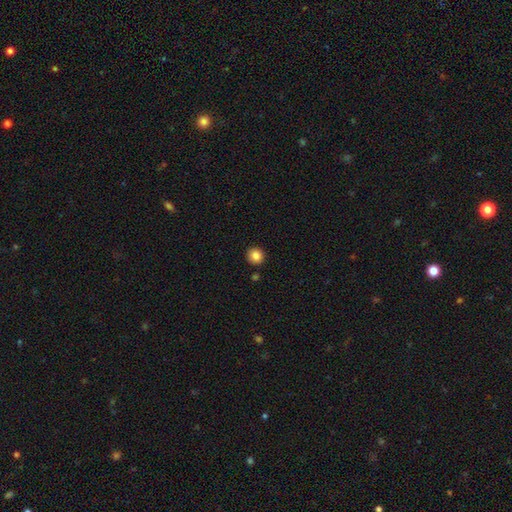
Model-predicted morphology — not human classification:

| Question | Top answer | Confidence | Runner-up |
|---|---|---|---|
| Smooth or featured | smooth | 85% | star or artifact (10%) |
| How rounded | round | 92% | in between (7%) |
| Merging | none | 91% | minor disturbance (5%) |